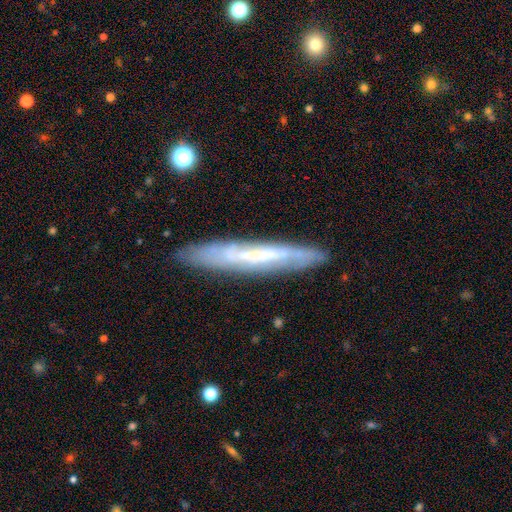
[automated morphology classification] Smooth or featured?
  - featured or disk: 60% *
  - smooth: 32%
  - star or artifact: 8%
Edge-on disk?
  - yes: 76% *
  - no: 24%
Merging?
  - none: 83% *
  - minor disturbance: 12%
  - major disturbance: 3%
  - merger: 2%